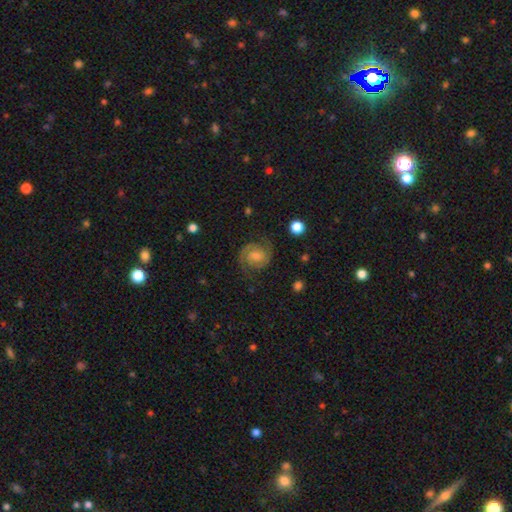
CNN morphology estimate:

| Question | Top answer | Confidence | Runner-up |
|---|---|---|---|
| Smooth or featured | featured or disk | 80% | smooth (11%) |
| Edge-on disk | no | 98% | yes (2%) |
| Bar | weak | 45% | tied: no (45%) |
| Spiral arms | yes | 97% | no (3%) |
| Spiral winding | tight | 47% | medium (44%) |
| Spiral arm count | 2 | 87% | can't tell (5%) |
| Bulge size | moderate | 45% | small (33%) |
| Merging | none | 80% | minor disturbance (13%) |